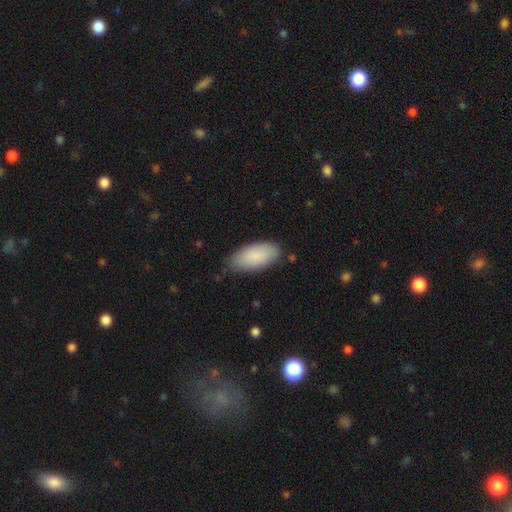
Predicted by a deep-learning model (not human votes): Smooth or featured?
  - smooth: 88% *
  - featured or disk: 7%
  - star or artifact: 6%
How rounded?
  - in between: 93% *
  - cigar-shaped: 5%
  - round: 2%
Merging?
  - none: 76% *
  - minor disturbance: 19%
  - major disturbance: 3%
  - merger: 2%